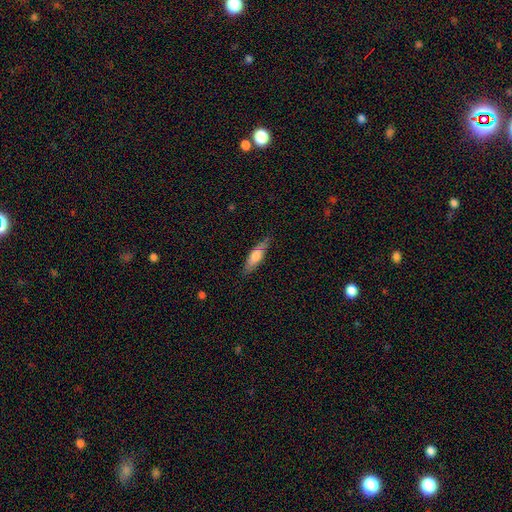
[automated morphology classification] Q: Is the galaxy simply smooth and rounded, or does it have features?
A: smooth — 63%.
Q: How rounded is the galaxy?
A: cigar-shaped — 57%.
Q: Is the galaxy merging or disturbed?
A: none — 77%.